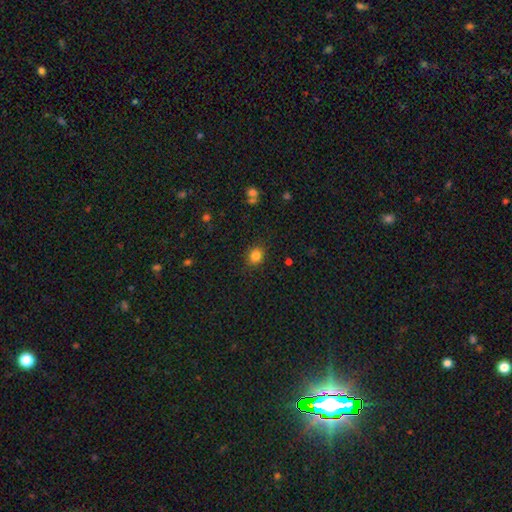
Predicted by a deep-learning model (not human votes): A smooth galaxy with no disk features (83%) that is round (70%). Merging: none (87%).